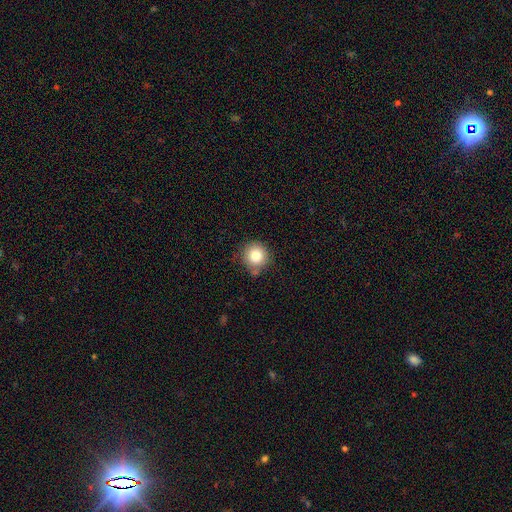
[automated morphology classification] A smooth galaxy with no disk features (82%) that is round (93%).

Vote fractions:
- Smooth or featured? smooth: 82% / star or artifact: 10% / featured or disk: 8%
- How rounded? round: 93% / in between: 6% / cigar-shaped: 1%
- Merging? none: 75% / minor disturbance: 16% / merger: 5% / major disturbance: 4%